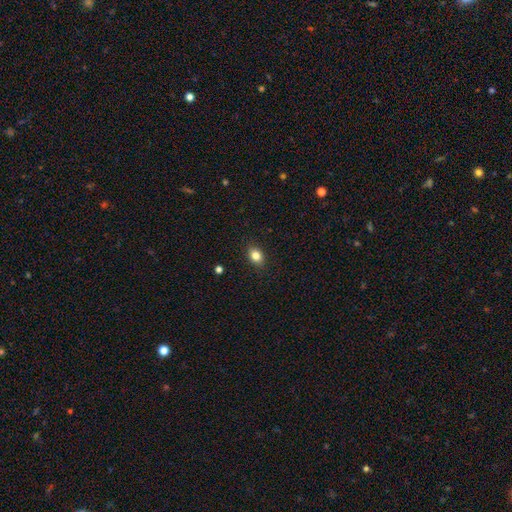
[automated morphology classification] Overall: smooth (83%). How rounded: in between (66%; round 33%). Merging: none (88%).